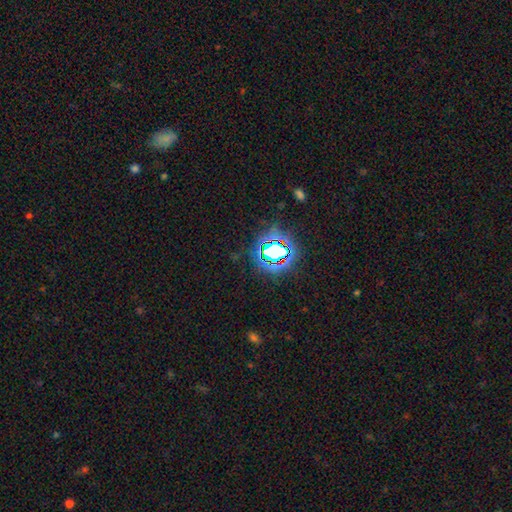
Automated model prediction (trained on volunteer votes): Smooth or featured: star or artifact — 78% (smooth — 14%)